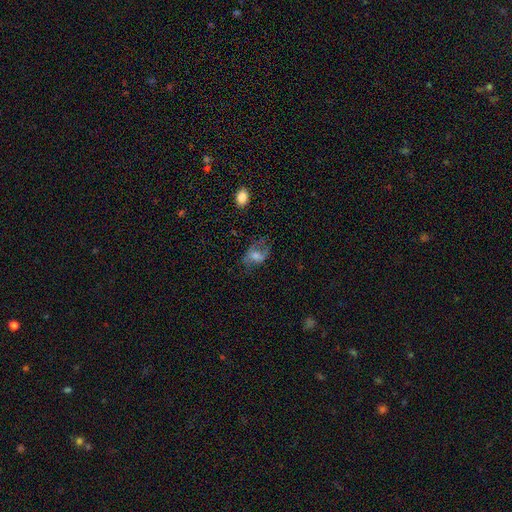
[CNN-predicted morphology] smooth_or_featured: smooth (p=0.52) [alt: featured or disk p=0.37]
how_rounded: in between (p=0.75) [alt: round p=0.23]
merging: none (p=0.47) [alt: major disturbance p=0.26]